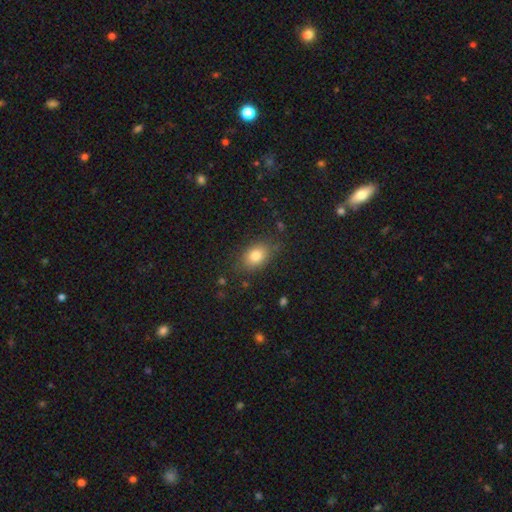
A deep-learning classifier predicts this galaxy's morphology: smooth-or-featured: smooth: 82% | featured or disk: 9% | star or artifact: 9%
  how-rounded: in between: 81% | round: 17% | cigar-shaped: 2%
  merging: none: 80% | minor disturbance: 15% | major disturbance: 4% | merger: 2%